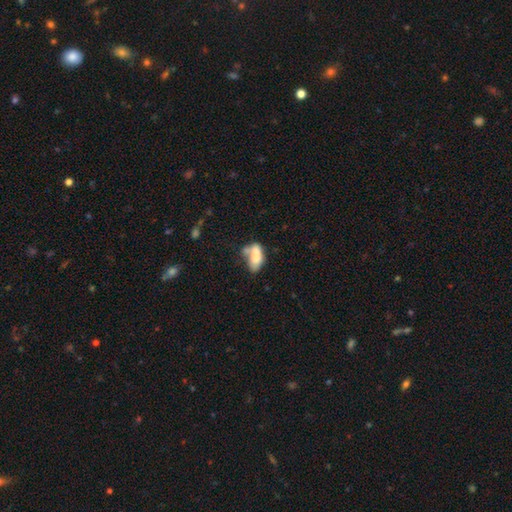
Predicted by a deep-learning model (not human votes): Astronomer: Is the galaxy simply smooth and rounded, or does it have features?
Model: smooth — 73%.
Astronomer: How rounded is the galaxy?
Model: in between — 84%.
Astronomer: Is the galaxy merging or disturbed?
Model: none — 34% (runner-up: merger, 27%).